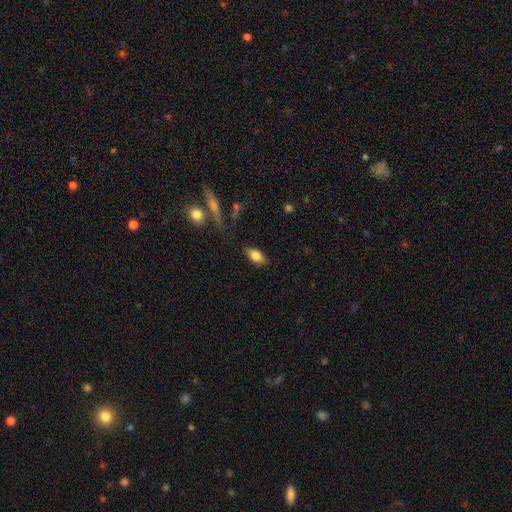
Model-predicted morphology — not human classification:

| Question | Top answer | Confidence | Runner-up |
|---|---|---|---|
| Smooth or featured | smooth | 81% | featured or disk (11%) |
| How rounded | in between | 90% | cigar-shaped (6%) |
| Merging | none | 84% | minor disturbance (11%) |